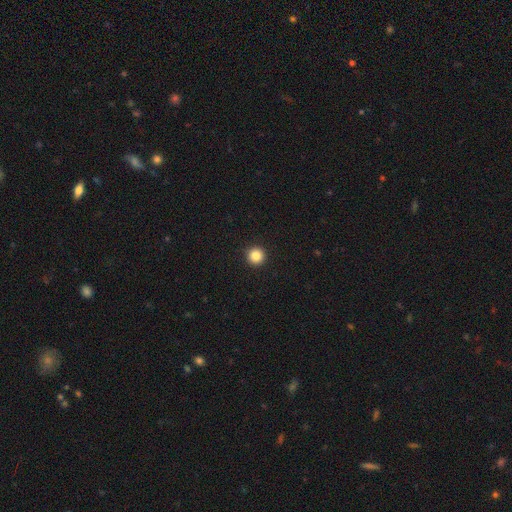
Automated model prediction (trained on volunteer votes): smooth_or_featured: smooth (p=0.84) [alt: star or artifact p=0.11]
how_rounded: round (p=0.96) [alt: in between p=0.03]
merging: none (p=0.94) [alt: minor disturbance p=0.04]